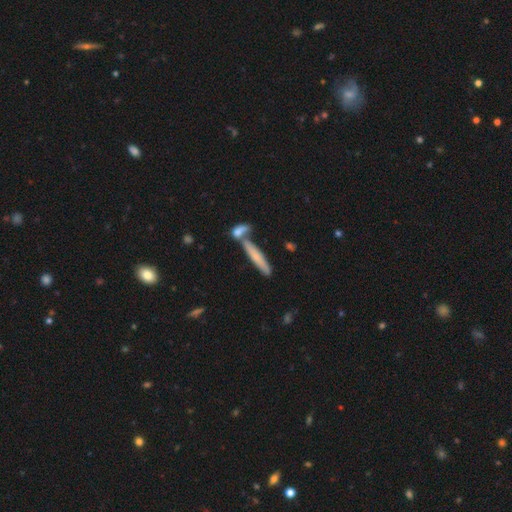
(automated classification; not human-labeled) A smooth galaxy with no disk features (61%) that is cigar-shaped (89%). Merging: none (61%).